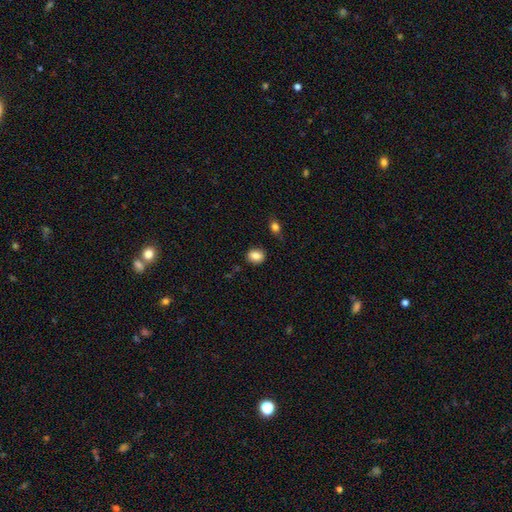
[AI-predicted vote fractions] The model was most divided on "how rounded": round: 51%, in between: 48%, cigar-shaped: 1%. More confident: smooth or featured — smooth (86%); merging — none (85%).